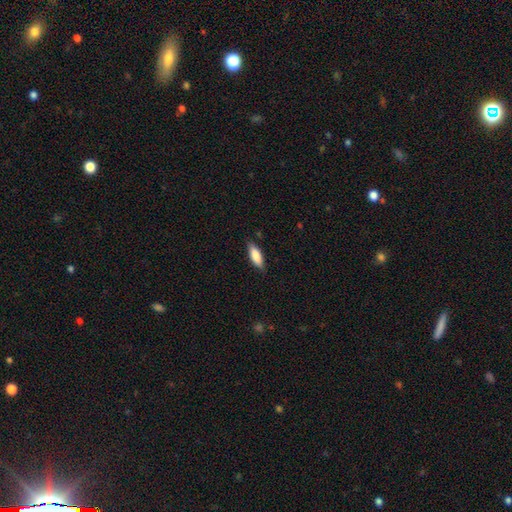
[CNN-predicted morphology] smooth-or-featured: smooth: 83% | featured or disk: 11% | star or artifact: 6%
  how-rounded: in between: 64% | cigar-shaped: 34% | round: 2%
  merging: none: 84% | minor disturbance: 13% | major disturbance: 2% | merger: 1%